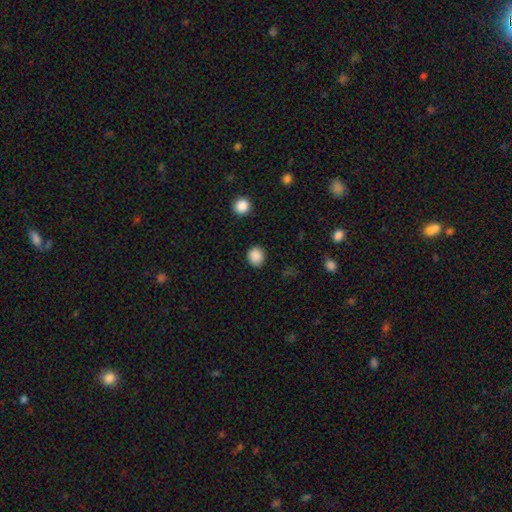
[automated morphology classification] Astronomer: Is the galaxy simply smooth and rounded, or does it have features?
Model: smooth — 87%.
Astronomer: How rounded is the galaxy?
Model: round — 77%.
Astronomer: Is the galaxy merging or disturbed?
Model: none — 89%.